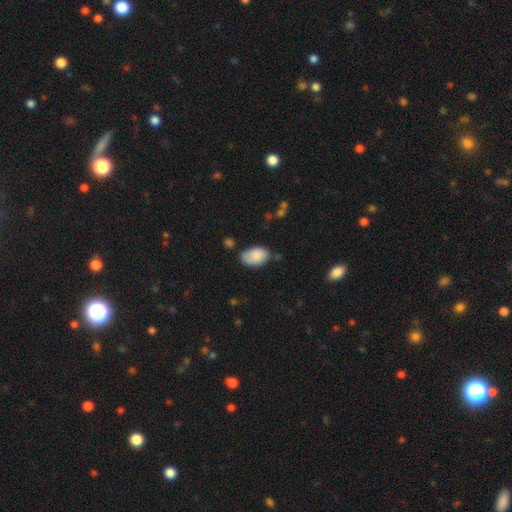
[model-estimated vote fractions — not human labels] smooth-or-featured: smooth: 85% | featured or disk: 8% | star or artifact: 7%
  how-rounded: in between: 91% | round: 8% | cigar-shaped: 1%
  merging: none: 62% | minor disturbance: 27% | major disturbance: 6% | merger: 5%